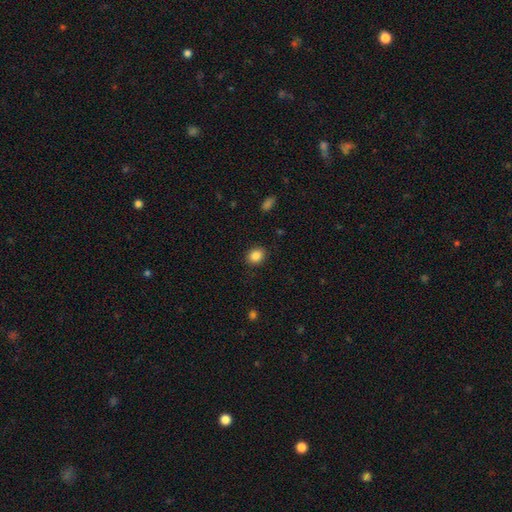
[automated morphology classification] This is clearly a smooth galaxy (86%). How rounded: possibly round (58%). Merging: clearly none (88%).